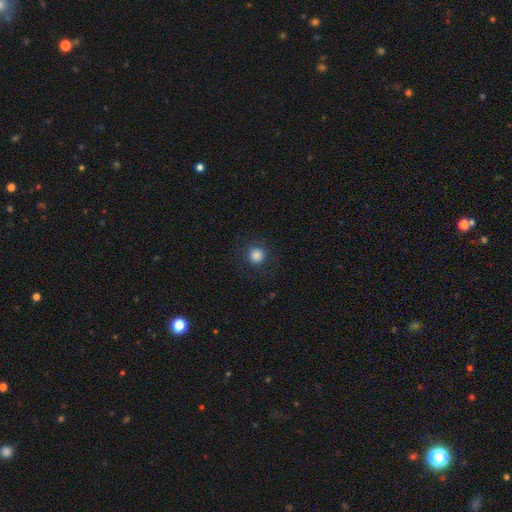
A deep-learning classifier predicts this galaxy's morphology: type=smooth (85%); roundness=round (95%); merging=none (89%).